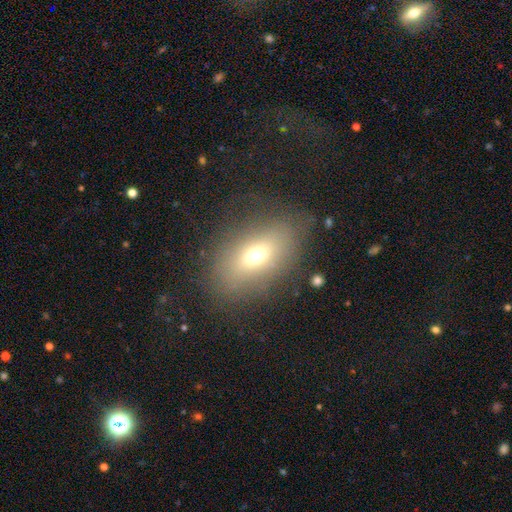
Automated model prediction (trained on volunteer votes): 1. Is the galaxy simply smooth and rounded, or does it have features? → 64% smooth, 22% featured or disk, 14% star or artifact.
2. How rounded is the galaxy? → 82% in between, 14% round, 4% cigar-shaped.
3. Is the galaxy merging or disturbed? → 76% none, 14% minor disturbance, 8% major disturbance, 2% merger.